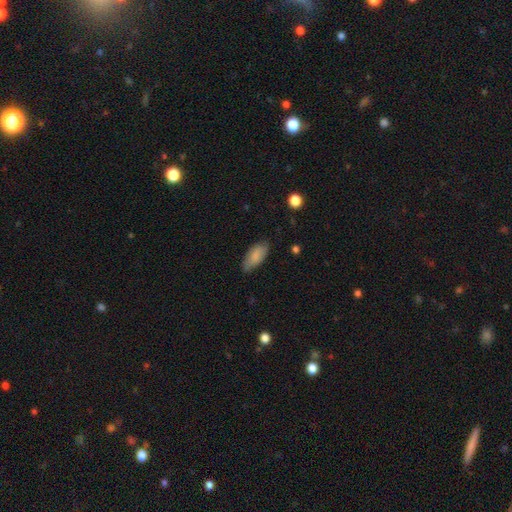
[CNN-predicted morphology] smooth_or_featured: smooth (p=0.82) [alt: featured or disk p=0.11]
how_rounded: in between (p=0.87) [alt: cigar-shaped p=0.11]
merging: none (p=0.78) [alt: minor disturbance p=0.18]